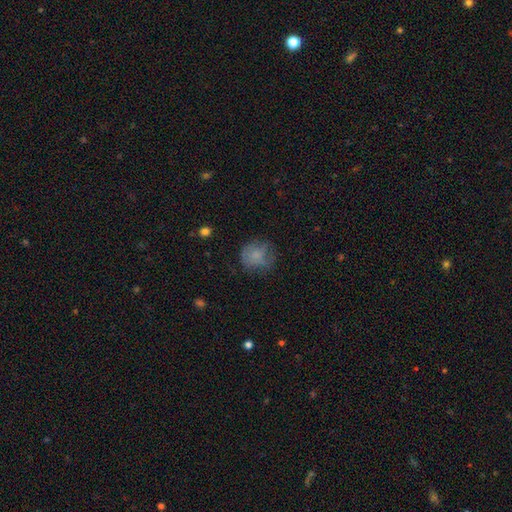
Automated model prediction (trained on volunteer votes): A smooth galaxy with no disk features (67%) that is round (79%).

Vote fractions:
- Smooth or featured? smooth: 67% / featured or disk: 23% / star or artifact: 10%
- How rounded? round: 79% / in between: 20% / cigar-shaped: 1%
- Merging? none: 57% / minor disturbance: 25% / major disturbance: 16% / merger: 2%